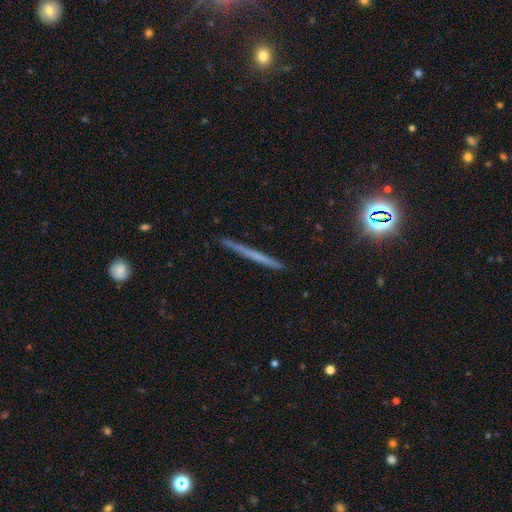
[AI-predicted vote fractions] featured or disk 47%, smooth 42%, star or artifact 11%. Down the decision tree: merging — none (90%).